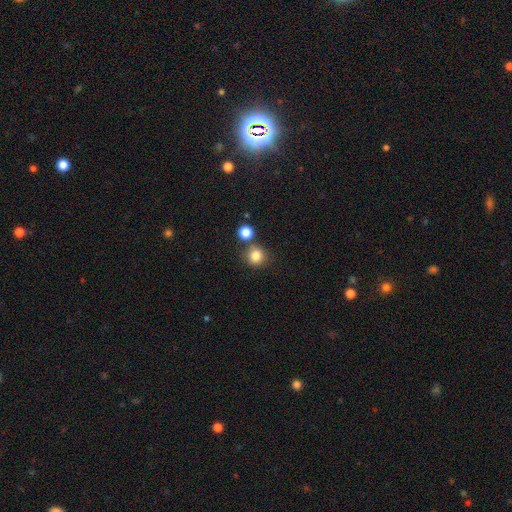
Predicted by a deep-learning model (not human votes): A smooth galaxy with no disk features (82%) that is round (89%).

Vote fractions:
- Smooth or featured? smooth: 82% / star or artifact: 12% / featured or disk: 6%
- How rounded? round: 89% / in between: 10% / cigar-shaped: 1%
- Merging? none: 71% / merger: 16% / minor disturbance: 10% / major disturbance: 3%